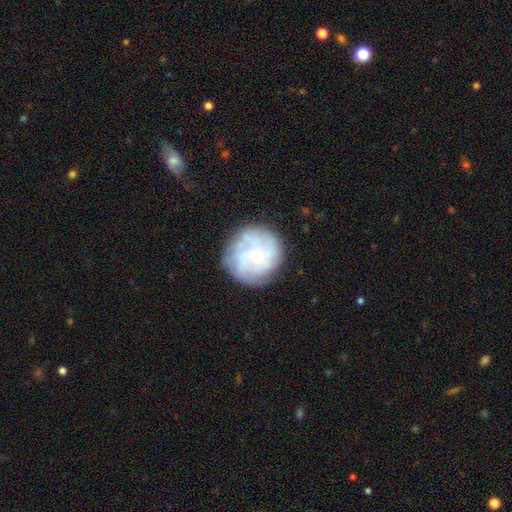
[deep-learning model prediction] The model was most divided on "smooth or featured": featured or disk: 61%, smooth: 31%, star or artifact: 8%. More confident: edge-on disk — no (98%); bar — no (79%); merging — none (77%); spiral arms — yes (71%); bulge size — small (66%).